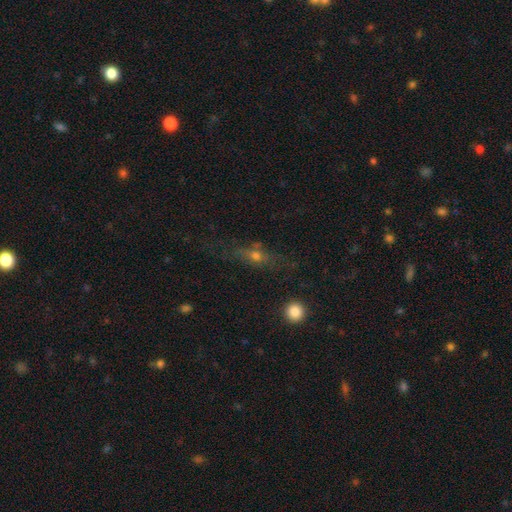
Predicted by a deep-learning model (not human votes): The model was most divided on "smooth or featured": featured or disk: 46%, smooth: 32%, star or artifact: 22%. More confident: merging — none (68%).